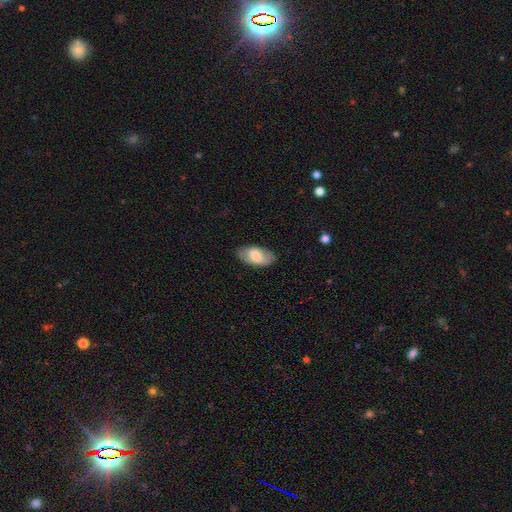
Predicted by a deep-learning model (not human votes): smooth-or-featured: smooth: 64% | featured or disk: 29% | star or artifact: 7%
  how-rounded: in between: 94% | round: 3% | cigar-shaped: 3%
  merging: none: 80% | minor disturbance: 15% | major disturbance: 4% | merger: 1%